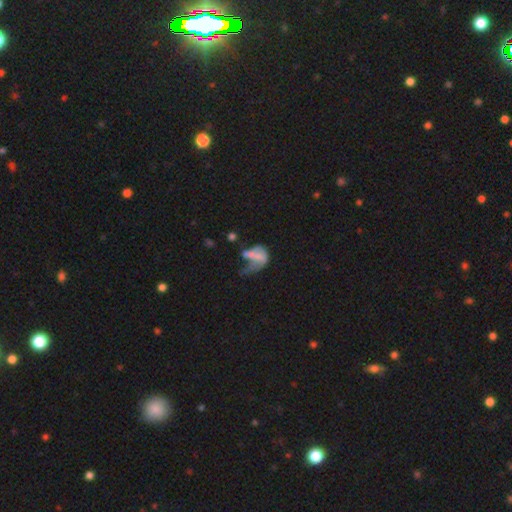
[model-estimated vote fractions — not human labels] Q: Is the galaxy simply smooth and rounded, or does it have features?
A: smooth — 44%, tied with featured or disk.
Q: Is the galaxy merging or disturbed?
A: major disturbance — 52%.